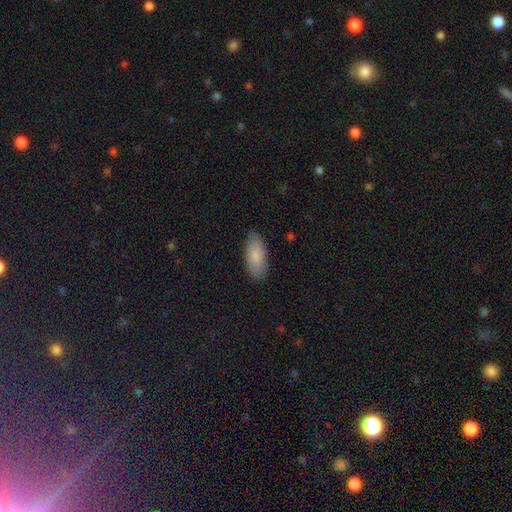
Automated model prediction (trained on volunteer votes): A smooth galaxy with no disk features (85%) that is in between round and cigar-shaped (87%).

Vote fractions:
- Smooth or featured? smooth: 85% / featured or disk: 9% / star or artifact: 6%
- How rounded? in between: 87% / cigar-shaped: 11% / round: 2%
- Merging? none: 85% / minor disturbance: 12% / major disturbance: 2% / merger: 1%